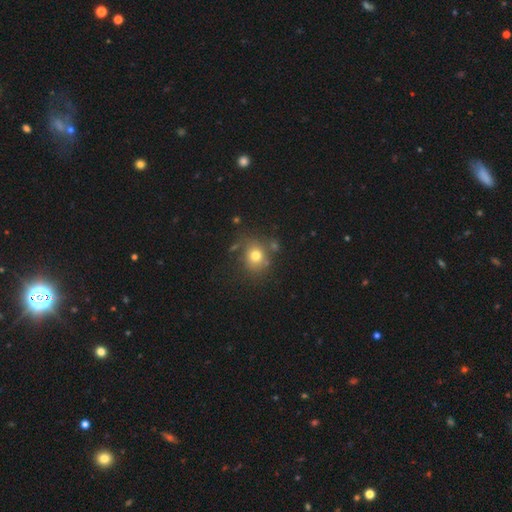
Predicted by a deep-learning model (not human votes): smooth-or-featured: smooth: 74% | star or artifact: 14% | featured or disk: 12%
  how-rounded: round: 77% | in between: 22% | cigar-shaped: 1%
  merging: none: 70% | minor disturbance: 15% | merger: 8% | major disturbance: 6%